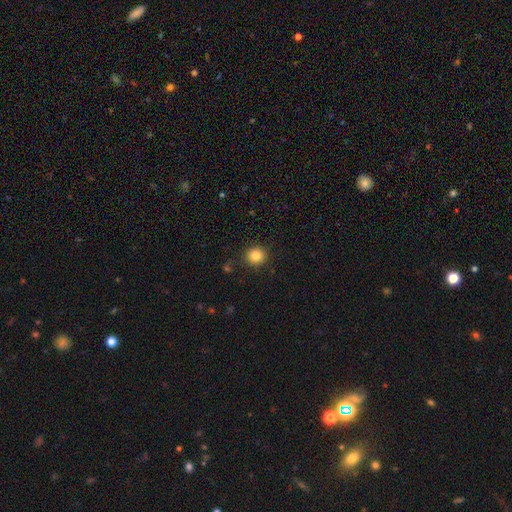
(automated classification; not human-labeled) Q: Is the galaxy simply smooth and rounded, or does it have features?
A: smooth — 84%.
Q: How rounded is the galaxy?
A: round — 89%.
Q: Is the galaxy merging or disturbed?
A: none — 89%.